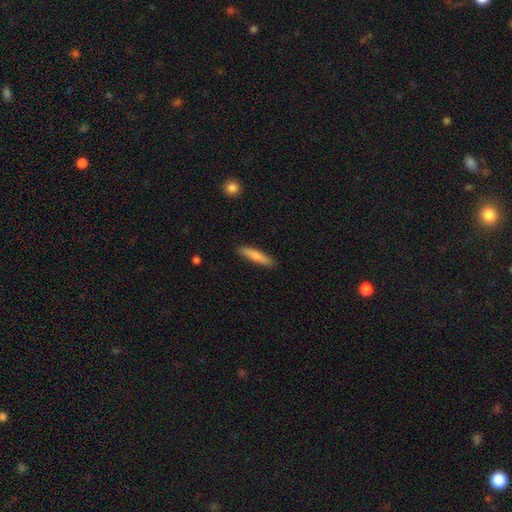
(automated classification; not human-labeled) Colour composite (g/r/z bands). It shows a smooth galaxy with no disk features (76%) that is cigar-shaped (86%). Merging: none (89%).